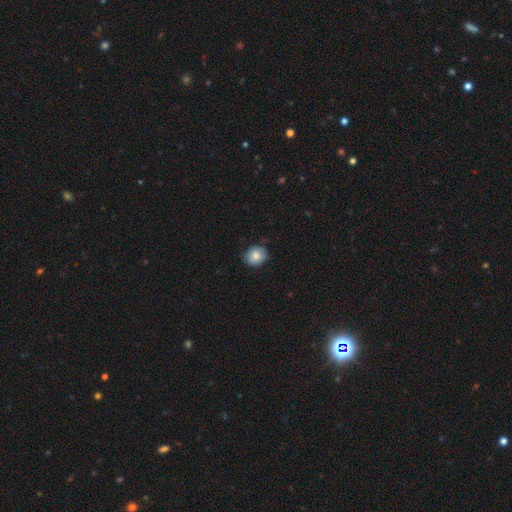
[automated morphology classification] smooth-or-featured: smooth: 82% | featured or disk: 10% | star or artifact: 8%
  how-rounded: round: 71% | in between: 28% | cigar-shaped: 1%
  merging: none: 80% | minor disturbance: 17% | major disturbance: 3% | merger: 1%